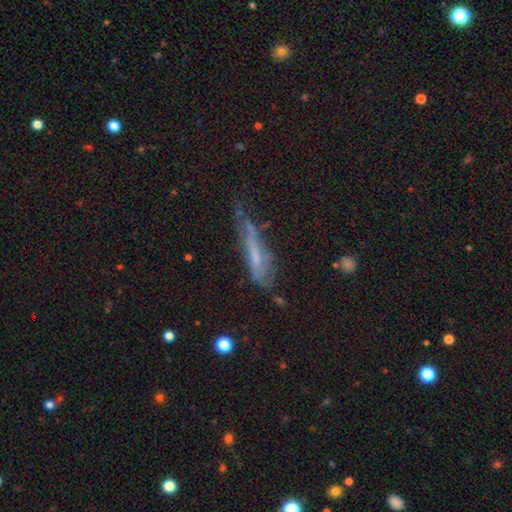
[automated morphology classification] type=featured or disk (47%); merging=none (38%).